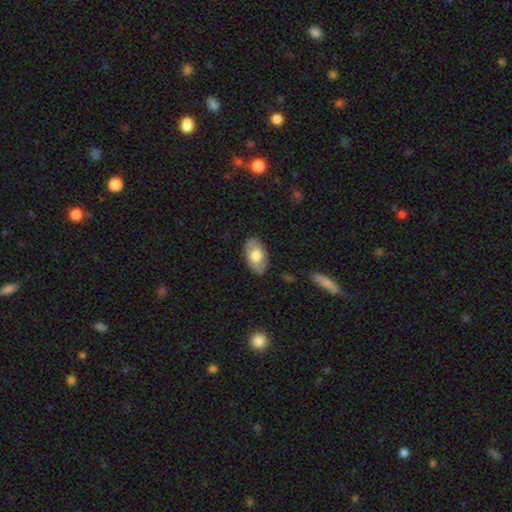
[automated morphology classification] Q: Smooth or featured?
A: smooth (67%); runner-up: featured or disk (28%)
Q: How rounded?
A: in between (94%); runner-up: round (4%)
Q: Merging?
A: none (85%); runner-up: minor disturbance (11%)